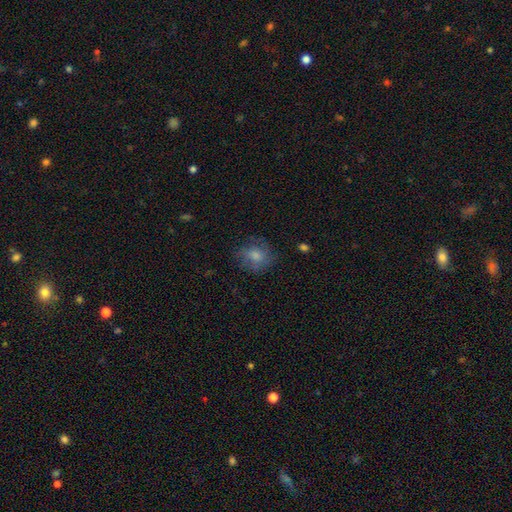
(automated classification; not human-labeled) smooth 71%, featured or disk 19%, star or artifact 9%. Down the decision tree: how rounded — round (70%); merging — none (67%).